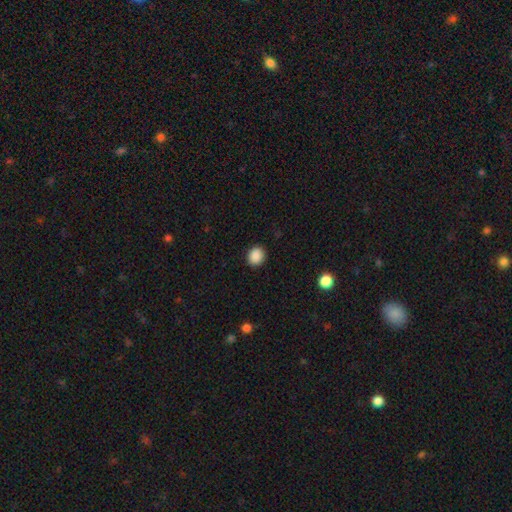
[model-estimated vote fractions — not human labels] Q: Smooth or featured?
A: smooth (89%); runner-up: star or artifact (9%)
Q: How rounded?
A: round (69%); runner-up: in between (30%)
Q: Merging?
A: none (91%); runner-up: minor disturbance (6%)